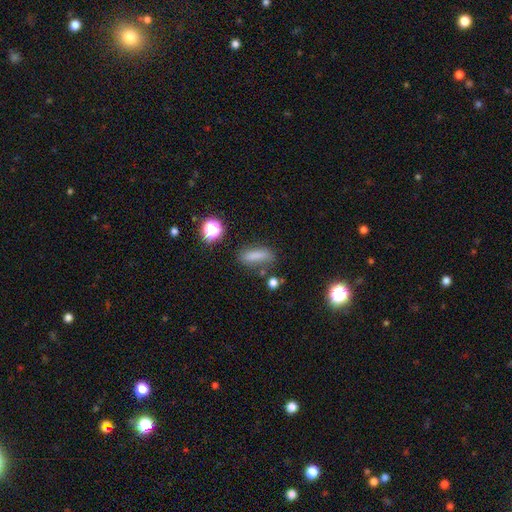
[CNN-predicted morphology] smooth 76%, star or artifact 14%, featured or disk 10%. Down the decision tree: how rounded — cigar-shaped (50%); merging — none (71%).